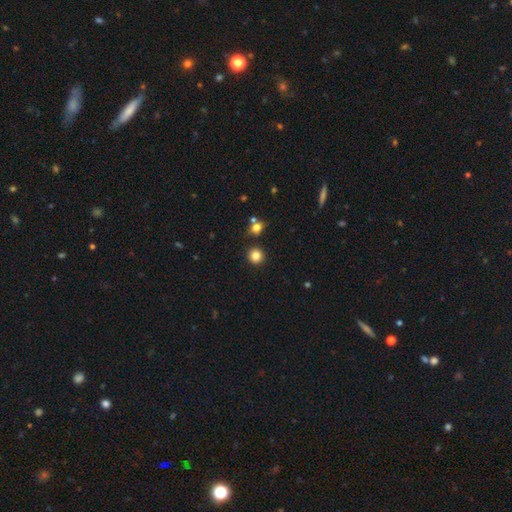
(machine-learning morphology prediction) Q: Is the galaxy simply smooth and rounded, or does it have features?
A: smooth — 83%.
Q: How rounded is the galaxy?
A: round — 92%.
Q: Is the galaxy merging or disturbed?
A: none — 88%.